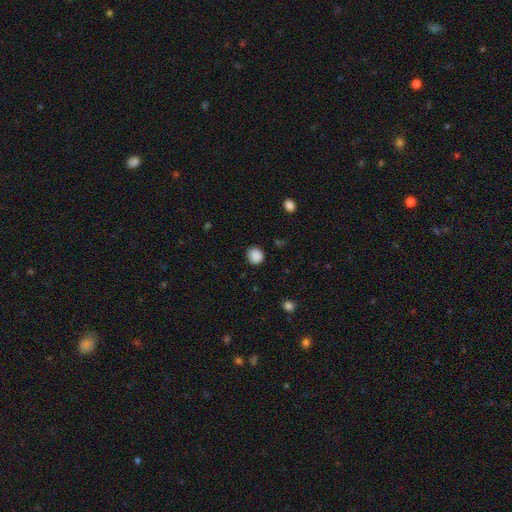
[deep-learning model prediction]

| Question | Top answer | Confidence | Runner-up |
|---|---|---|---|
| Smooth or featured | smooth | 88% | star or artifact (9%) |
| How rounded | round | 81% | in between (18%) |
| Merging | none | 86% | minor disturbance (11%) |